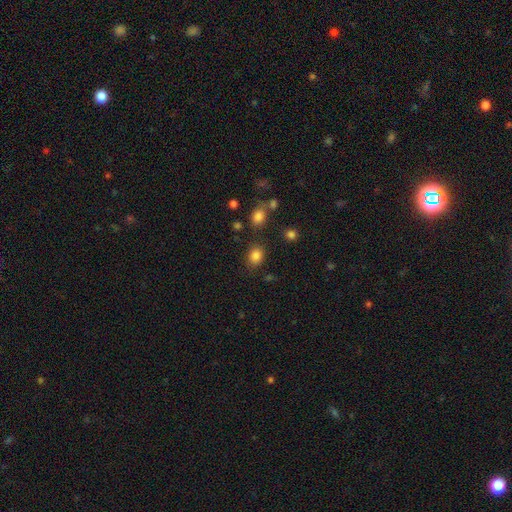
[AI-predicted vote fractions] Smooth or featured? smooth (83%)
How rounded? round (55%)
Merging? none (80%)